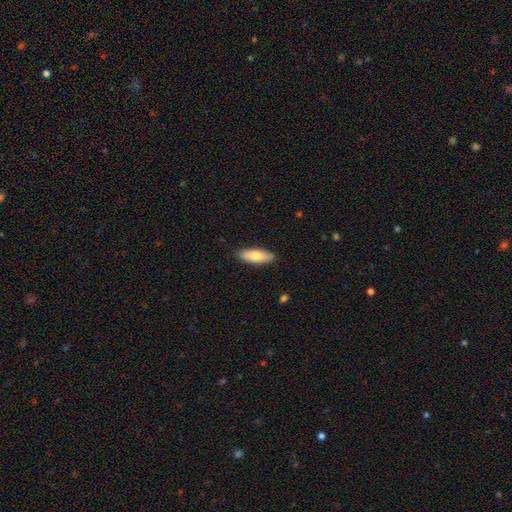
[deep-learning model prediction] smooth-or-featured: smooth: 74% | featured or disk: 21% | star or artifact: 5%
  how-rounded: in between: 68% | cigar-shaped: 30% | round: 2%
  merging: none: 86% | minor disturbance: 11% | major disturbance: 2% | merger: 1%